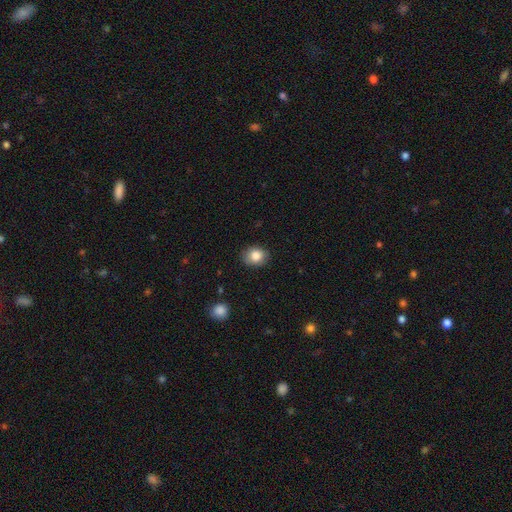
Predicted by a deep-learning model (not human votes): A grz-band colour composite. It shows a smooth galaxy with no disk features (84%) that is in between round and cigar-shaped (52%). Merging: none (84%).